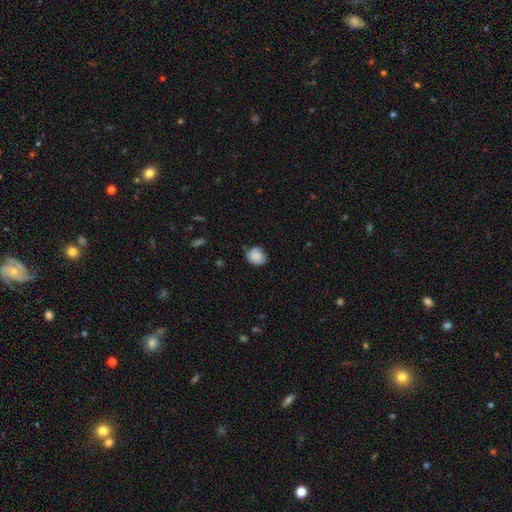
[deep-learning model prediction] smooth_or_featured: smooth (p=0.86) [alt: star or artifact p=0.08]
how_rounded: round (p=0.68) [alt: in between p=0.31]
merging: none (p=0.73) [alt: minor disturbance p=0.22]